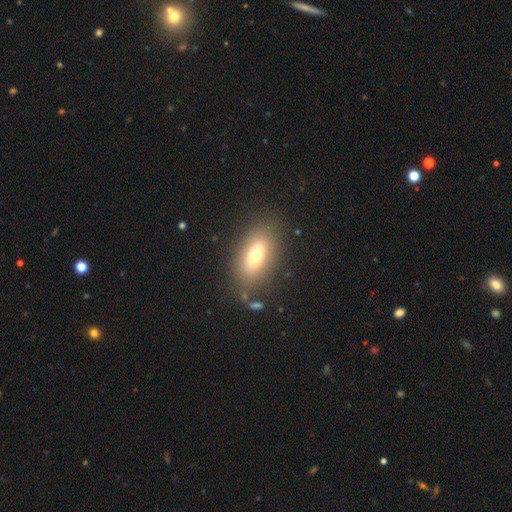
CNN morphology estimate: A smooth galaxy with no disk features (65%) that is in between round and cigar-shaped (82%). Merging: none (80%).